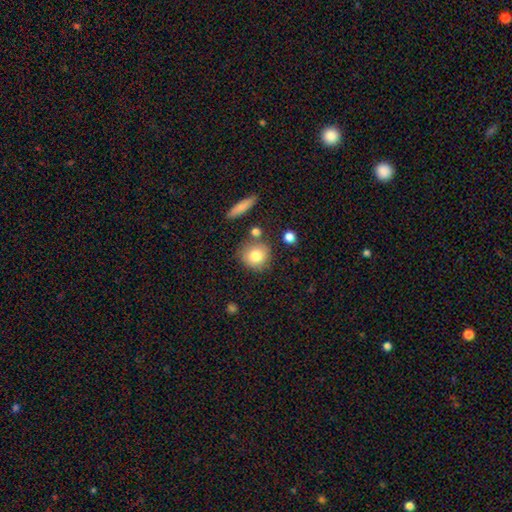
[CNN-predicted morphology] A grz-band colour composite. It shows a smooth galaxy with no disk features (81%) that is round (86%). Merging: none (73%).